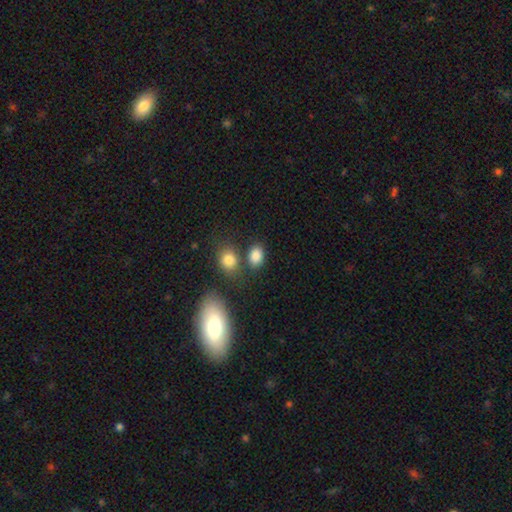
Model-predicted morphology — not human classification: smooth-or-featured: smooth: 84% | star or artifact: 11% | featured or disk: 6%
  how-rounded: in between: 72% | round: 27% | cigar-shaped: 1%
  merging: none: 72% | merger: 13% | minor disturbance: 11% | major disturbance: 4%